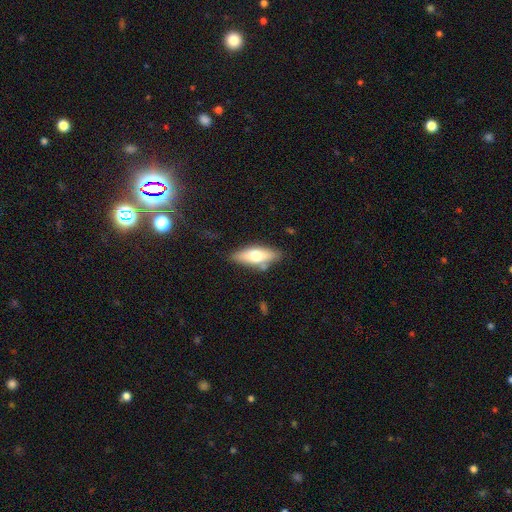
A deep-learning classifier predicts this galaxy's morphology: smooth-or-featured: smooth: 61% | featured or disk: 33% | star or artifact: 6%
  how-rounded: in between: 63% | cigar-shaped: 34% | round: 2%
  merging: none: 74% | minor disturbance: 17% | merger: 5% | major disturbance: 4%